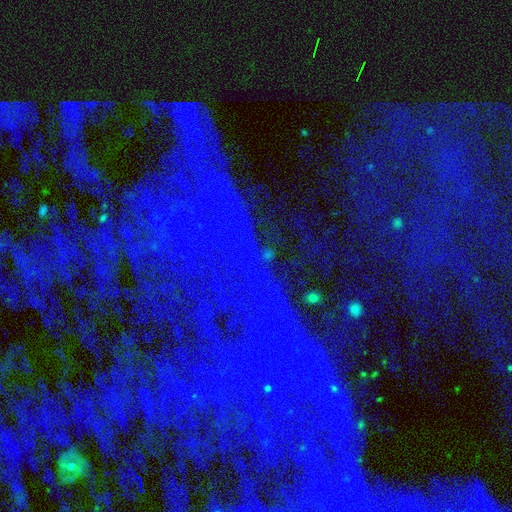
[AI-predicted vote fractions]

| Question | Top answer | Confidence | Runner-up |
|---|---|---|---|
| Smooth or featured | star or artifact | 81% | featured or disk (10%) |